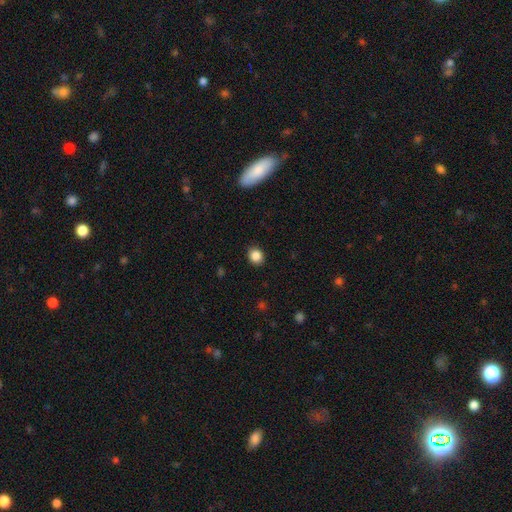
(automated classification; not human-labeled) Smooth or featured: smooth — 86% (star or artifact — 10%)
How rounded: round — 77% (in between — 22%)
Merging: none — 90% (minor disturbance — 7%)